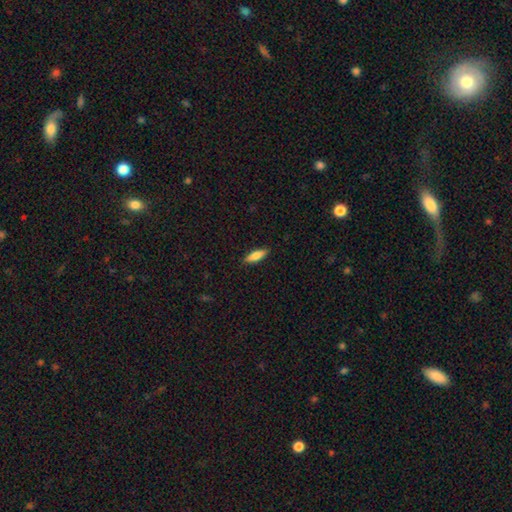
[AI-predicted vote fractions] smooth-or-featured: smooth: 78% | featured or disk: 16% | star or artifact: 6%
  how-rounded: cigar-shaped: 52% | in between: 47% | round: 2%
  merging: none: 89% | minor disturbance: 8% | major disturbance: 2% | merger: 1%